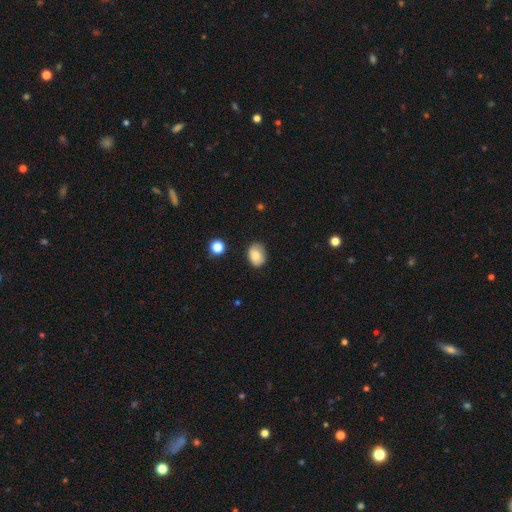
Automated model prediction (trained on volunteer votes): Smooth or featured? smooth (82%)
How rounded? in between (70%)
Merging? none (79%)